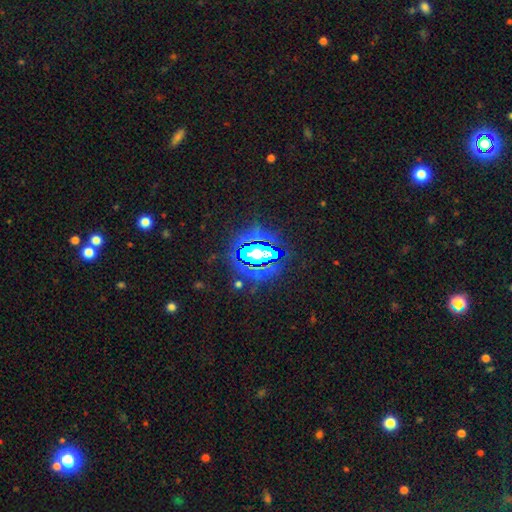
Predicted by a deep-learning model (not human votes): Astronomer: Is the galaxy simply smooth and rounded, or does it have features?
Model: star or artifact — 65%.